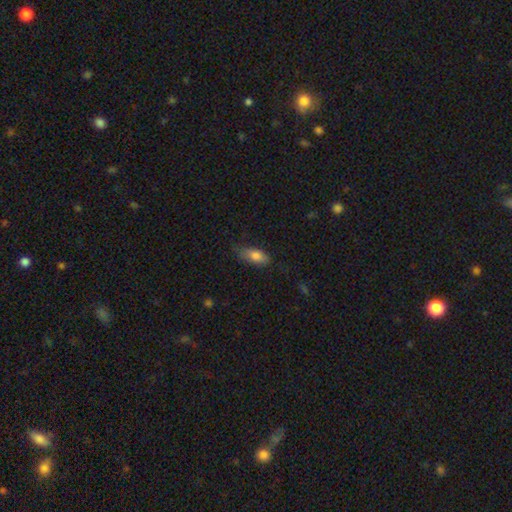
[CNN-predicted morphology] smooth 81%, featured or disk 12%, star or artifact 7%. Down the decision tree: how rounded — in between (83%); merging — none (67%).